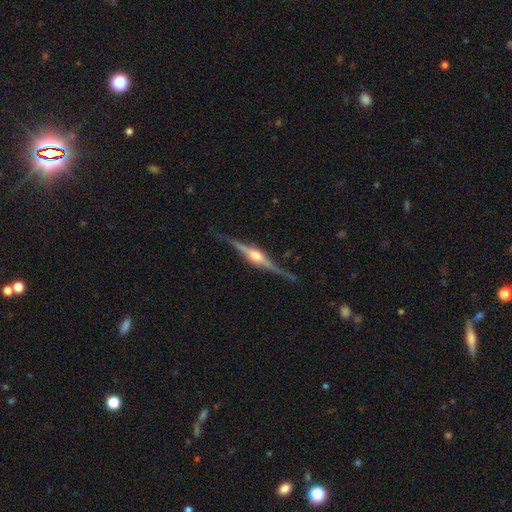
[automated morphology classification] Smooth or featured? featured or disk (89%)
Edge-on disk? yes (98%)
Edge-on bulge? rounded (92%)
Merging? none (88%)